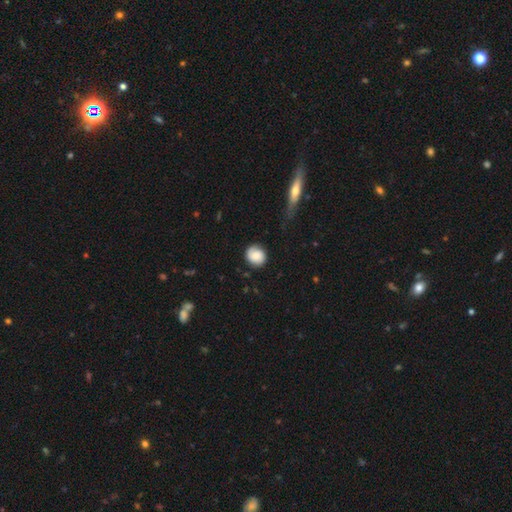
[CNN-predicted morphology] Smooth or featured? smooth (72%)
How rounded? round (78%)
Merging? none (75%)